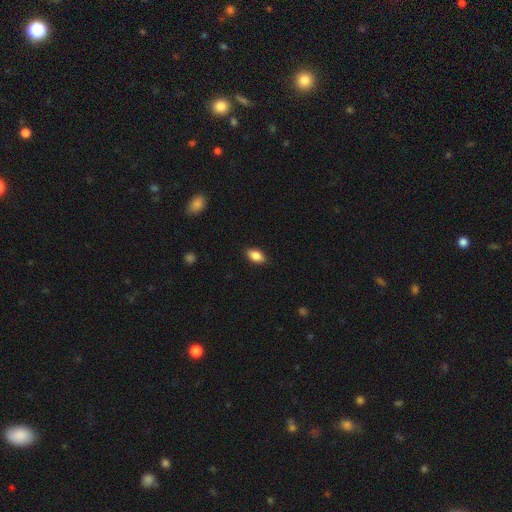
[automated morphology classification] Overall: smooth (86%). How rounded: in between (91%). Merging: none (87%).